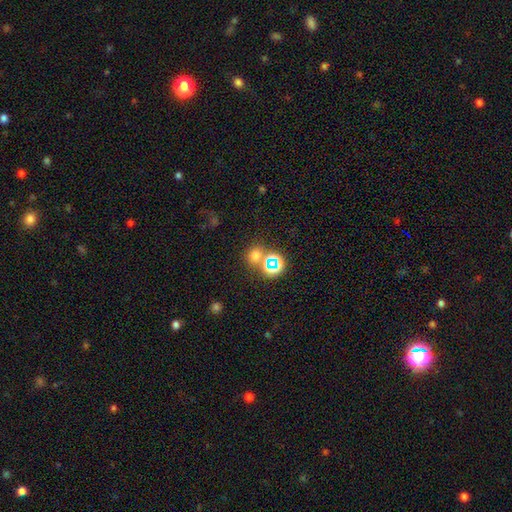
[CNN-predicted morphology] Smooth or featured? Predicted: smooth (p=0.58). How rounded? Predicted: round (p=0.79). Merging? Predicted: none (p=0.68).